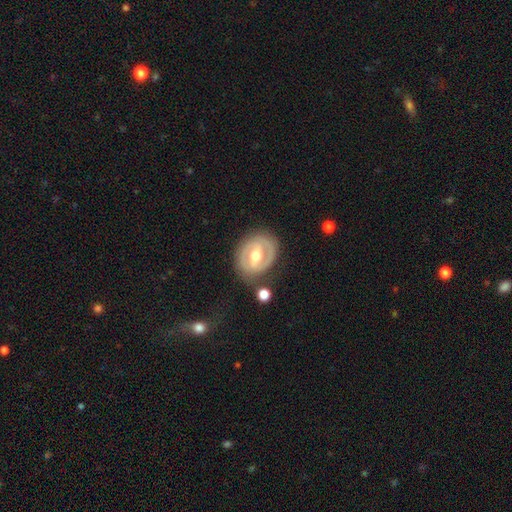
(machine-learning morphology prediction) This is likely a featured or disk galaxy (78%). It is clearly not viewed edge-on (96%). Bar: marginally weak (41%). Spiral arm pattern: likely yes (66%). Central bulge: likely moderate (75%). Merging: likely none (75%).